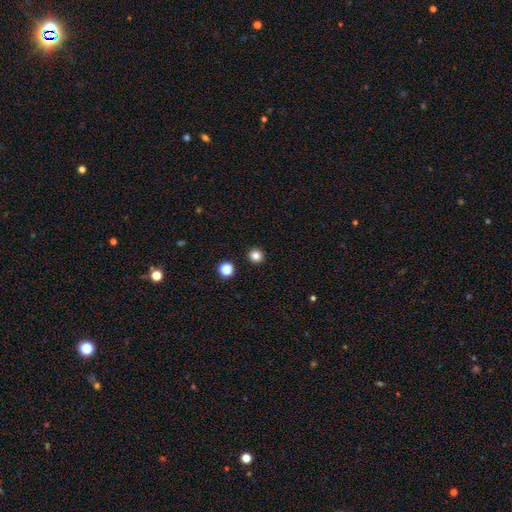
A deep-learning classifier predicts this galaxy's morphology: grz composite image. It shows a smooth galaxy with no disk features (82%) that is round (94%). Merging: none (92%).